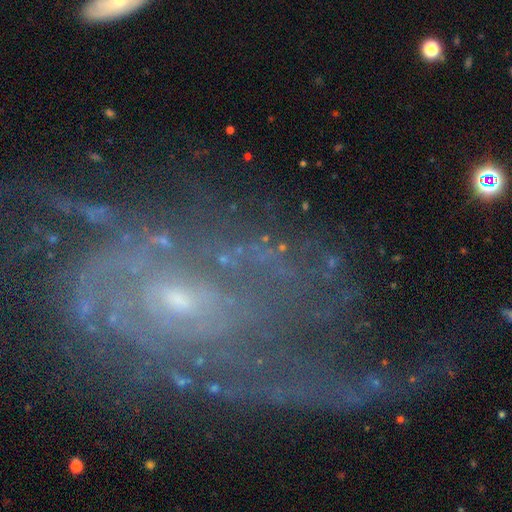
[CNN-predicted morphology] This is likely a featured or disk galaxy (77%). It is clearly not viewed edge-on (95%). Bar: possibly no (51%). Spiral arm pattern: clearly yes (86%). Spiral arm count: marginally can't tell (42%). Spiral winding: likely tight (62%). Central bulge: likely small (62%). Merging: likely none (62%).